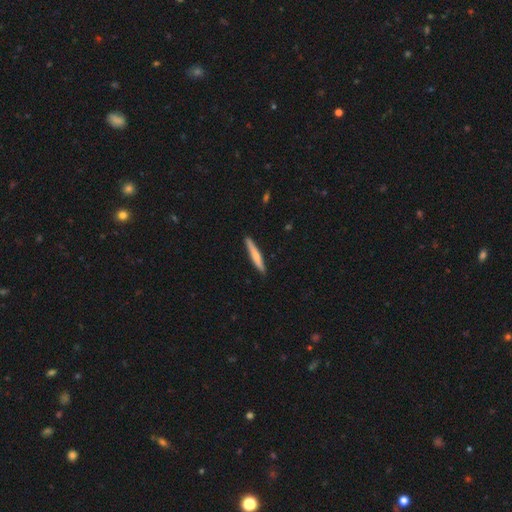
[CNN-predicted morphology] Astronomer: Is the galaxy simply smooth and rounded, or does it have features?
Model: smooth — 63%.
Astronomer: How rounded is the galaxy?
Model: cigar-shaped — 95%.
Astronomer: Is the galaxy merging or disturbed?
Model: none — 90%.